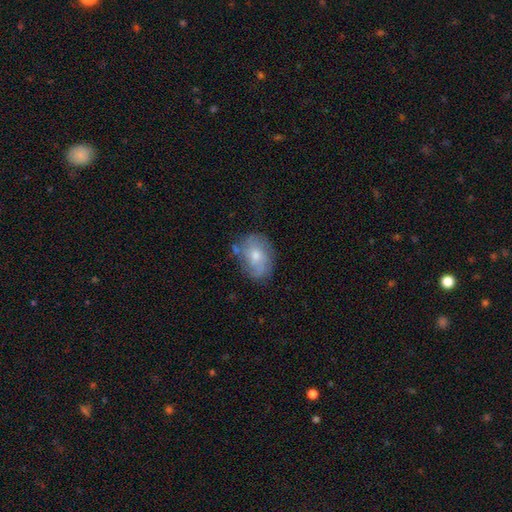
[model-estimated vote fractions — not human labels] A smooth galaxy with no disk features (46%). Merging: none (63%).